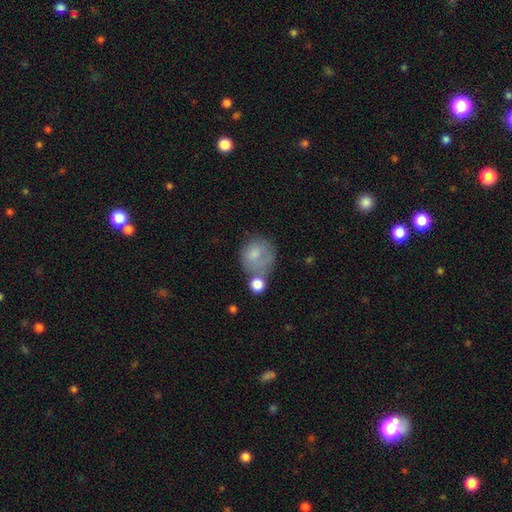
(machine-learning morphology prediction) type=smooth (72%); roundness=round (73%); merging=none (42%).